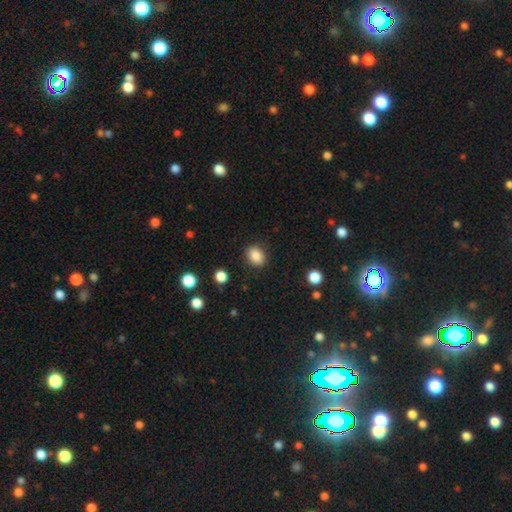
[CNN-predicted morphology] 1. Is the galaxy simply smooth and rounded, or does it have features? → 87% smooth, 9% star or artifact, 4% featured or disk.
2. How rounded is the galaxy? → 57% in between, 42% round, 1% cigar-shaped.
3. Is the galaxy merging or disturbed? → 87% none, 8% minor disturbance, 3% major disturbance, 1% merger.